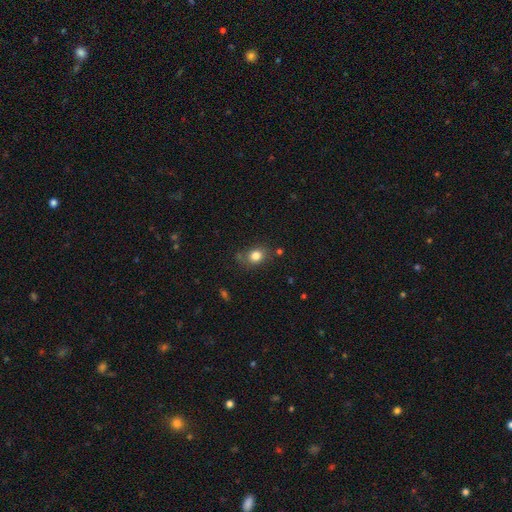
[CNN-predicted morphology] A smooth galaxy with no disk features (81%) that is round (56%). Merging: none (74%).